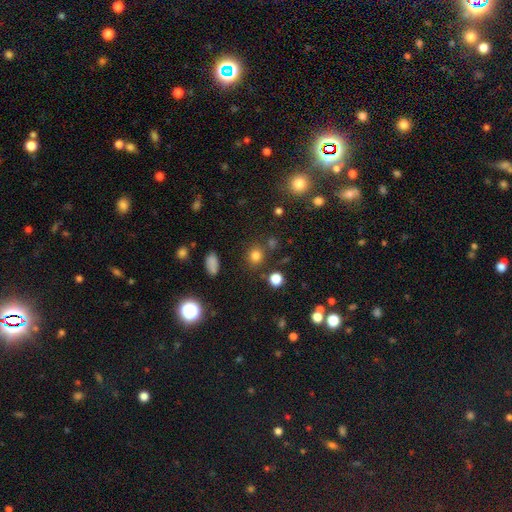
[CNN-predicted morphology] smooth-or-featured: smooth: 78% | star or artifact: 16% | featured or disk: 6%
  how-rounded: round: 83% | in between: 16% | cigar-shaped: 1%
  merging: none: 81% | minor disturbance: 9% | merger: 7% | major disturbance: 4%